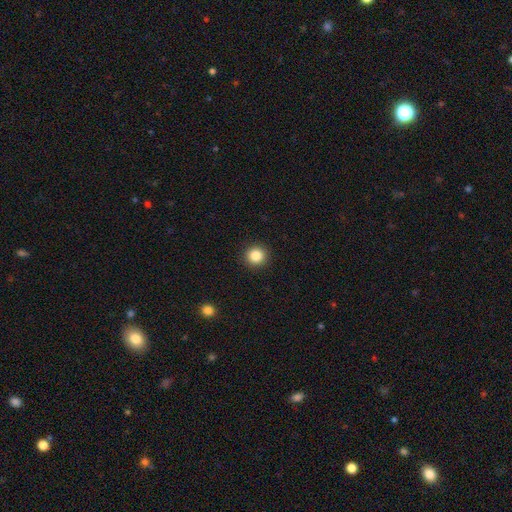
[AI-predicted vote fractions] smooth_or_featured: smooth (p=0.85) [alt: star or artifact p=0.11]
how_rounded: round (p=0.93) [alt: in between p=0.06]
merging: none (p=0.92) [alt: minor disturbance p=0.05]